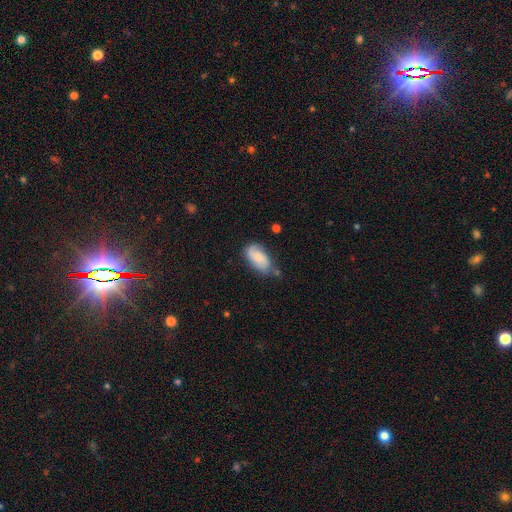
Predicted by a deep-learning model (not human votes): A smooth galaxy with no disk features (71%) that is in between round and cigar-shaped (91%). Merging: none (54%).